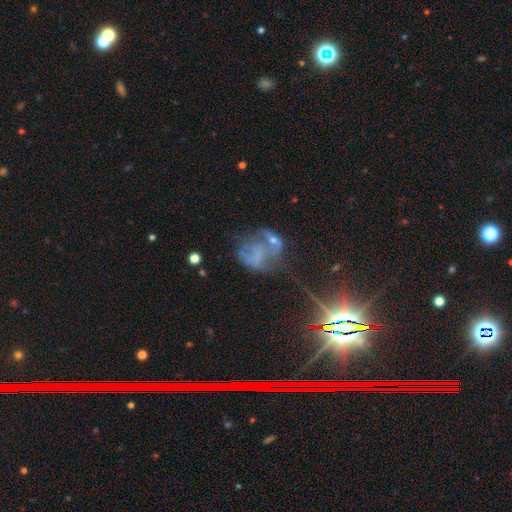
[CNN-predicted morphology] This appears to be a featured or disk galaxy (50%). Merging: major disturbance (34%).